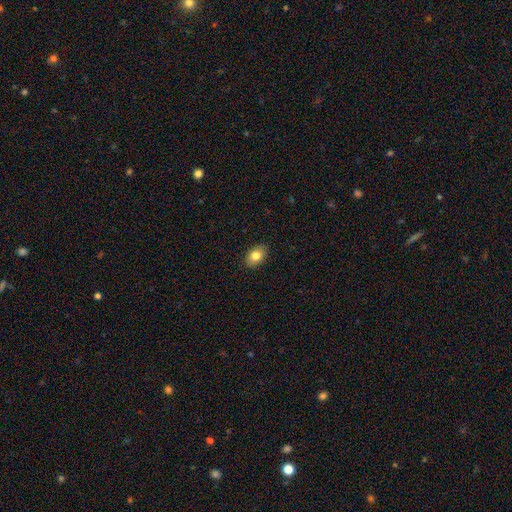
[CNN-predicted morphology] Smooth or featured? Predicted: smooth (p=0.82). How rounded? Predicted: in between (p=0.83). Merging? Predicted: none (p=0.89).